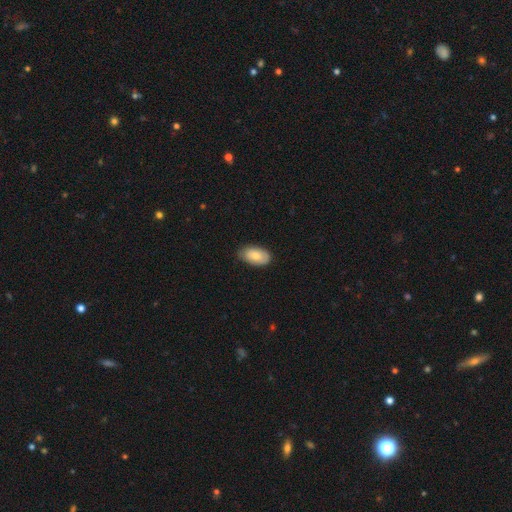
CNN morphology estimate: A smooth galaxy with no disk features (78%) that is in between round and cigar-shaped (93%). Merging: none (76%).